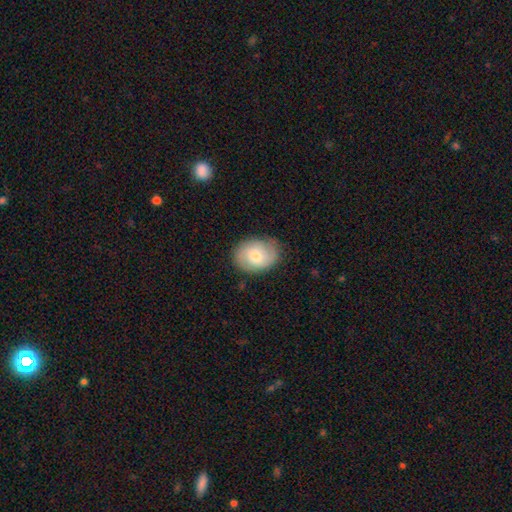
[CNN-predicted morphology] A smooth galaxy with no disk features (59%) that is in between round and cigar-shaped (59%). Merging: none (76%).